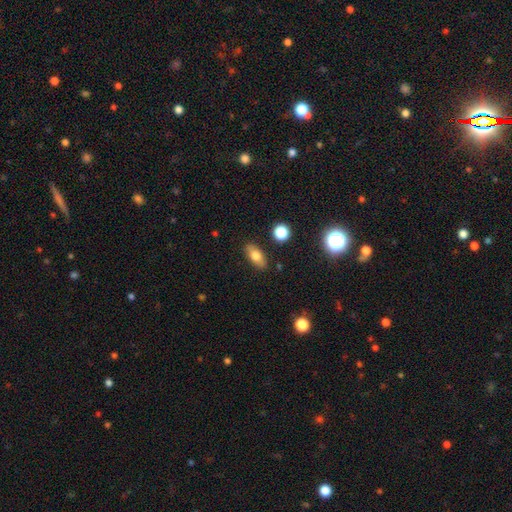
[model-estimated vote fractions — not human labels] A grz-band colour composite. It shows a smooth galaxy with no disk features (73%) that is in between round and cigar-shaped (81%). Merging: none (86%).